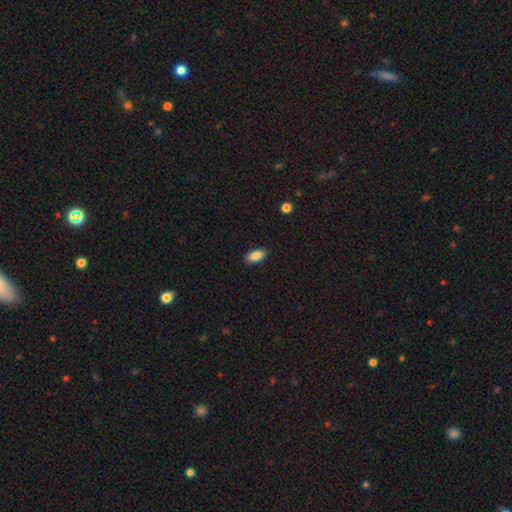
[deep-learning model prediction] smooth-or-featured: smooth: 87% | star or artifact: 7% | featured or disk: 6%
  how-rounded: in between: 92% | cigar-shaped: 5% | round: 4%
  merging: none: 89% | minor disturbance: 8% | major disturbance: 2% | merger: 1%